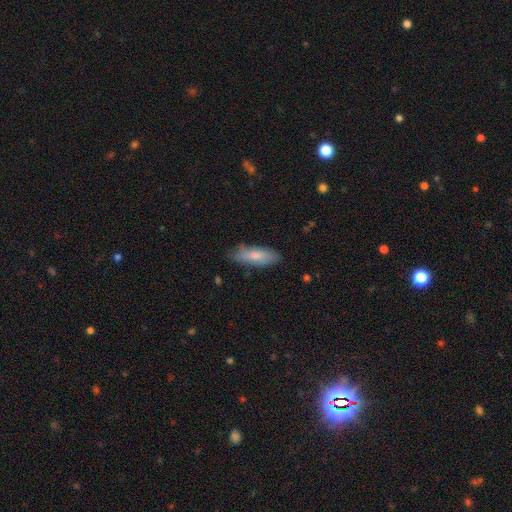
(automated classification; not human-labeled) smooth_or_featured: smooth (p=0.75) [alt: featured or disk p=0.20]
how_rounded: in between (p=0.63) [alt: cigar-shaped p=0.35]
merging: none (p=0.75) [alt: minor disturbance p=0.20]